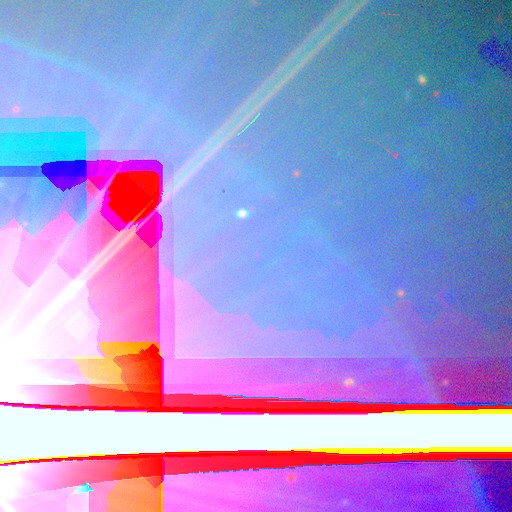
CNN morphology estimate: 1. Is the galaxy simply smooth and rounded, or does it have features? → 86% star or artifact, 8% featured or disk, 6% smooth.